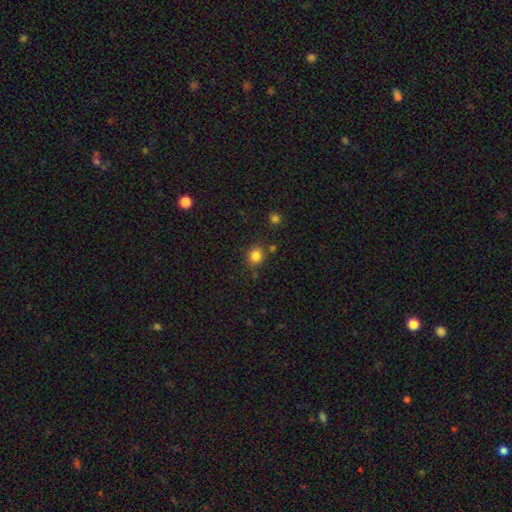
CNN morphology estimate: Smooth or featured? smooth (83%)
How rounded? round (86%)
Merging? none (82%)